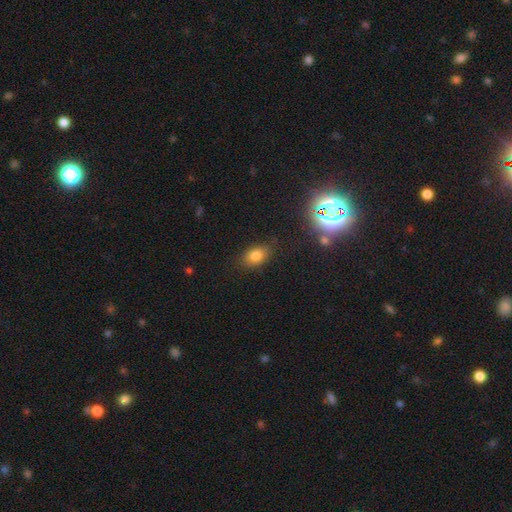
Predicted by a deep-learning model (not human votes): Smooth or featured? smooth (78%)
How rounded? in between (78%)
Merging? none (79%)